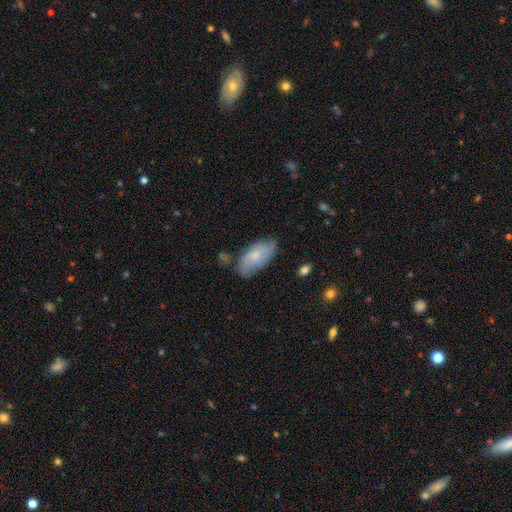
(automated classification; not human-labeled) smooth 59%, featured or disk 34%, star or artifact 7%. Down the decision tree: how rounded — in between (91%); merging — none (65%).